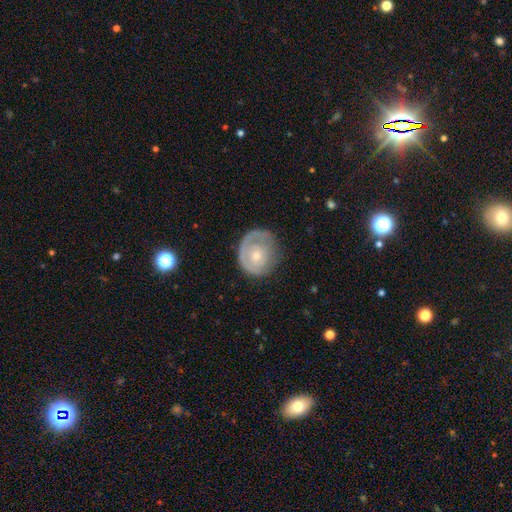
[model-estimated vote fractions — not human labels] Q: Smooth or featured?
A: featured or disk (54%); runner-up: smooth (40%)
Q: Edge-on disk?
A: no (97%); runner-up: yes (3%)
Q: Bar?
A: no (87%); runner-up: weak (11%)
Q: Spiral arms?
A: yes (53%); runner-up: no (47%)
Q: Bulge size?
A: small (49%); runner-up: moderate (45%)
Q: Merging?
A: none (58%); runner-up: minor disturbance (25%)